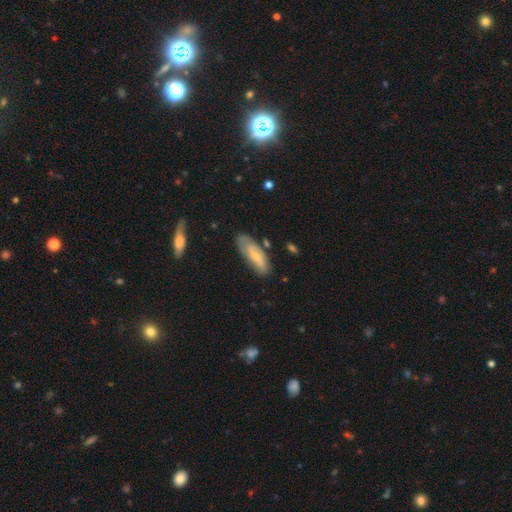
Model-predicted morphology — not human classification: smooth 51%, featured or disk 43%, star or artifact 6%. Down the decision tree: how rounded — in between (67%); merging — none (70%).